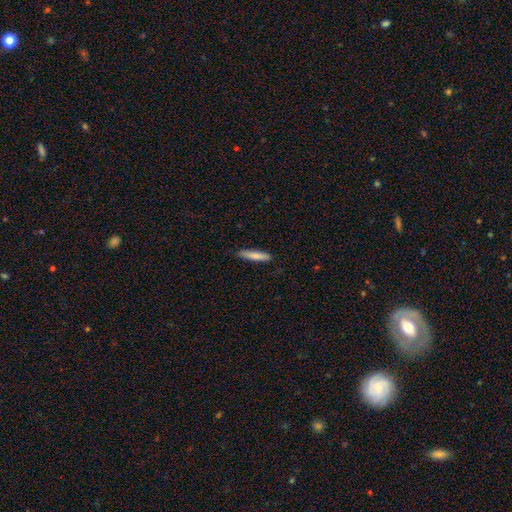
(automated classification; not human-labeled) A smooth galaxy with no disk features (79%) that is cigar-shaped (87%).

Vote fractions:
- Smooth or featured? smooth: 79% / featured or disk: 16% / star or artifact: 5%
- How rounded? cigar-shaped: 87% / in between: 12% / round: 1%
- Merging? none: 88% / minor disturbance: 9% / major disturbance: 2% / merger: 1%